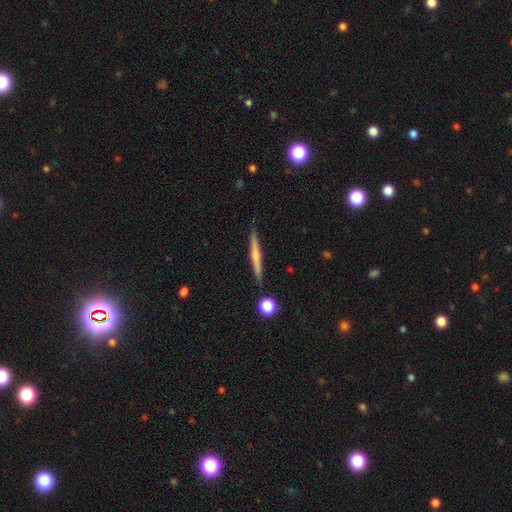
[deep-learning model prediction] Q: Smooth or featured?
A: featured or disk (51%); runner-up: smooth (42%)
Q: Edge-on disk?
A: yes (97%); runner-up: no (3%)
Q: Merging?
A: none (90%); runner-up: minor disturbance (7%)